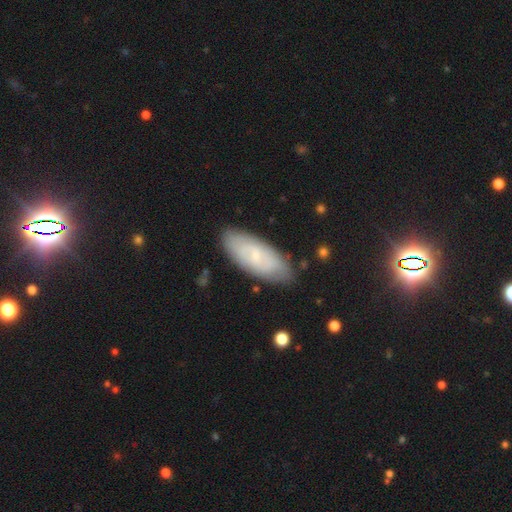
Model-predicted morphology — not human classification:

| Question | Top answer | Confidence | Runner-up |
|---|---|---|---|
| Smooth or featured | smooth | 49% | featured or disk (43%) |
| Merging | none | 80% | minor disturbance (15%) |